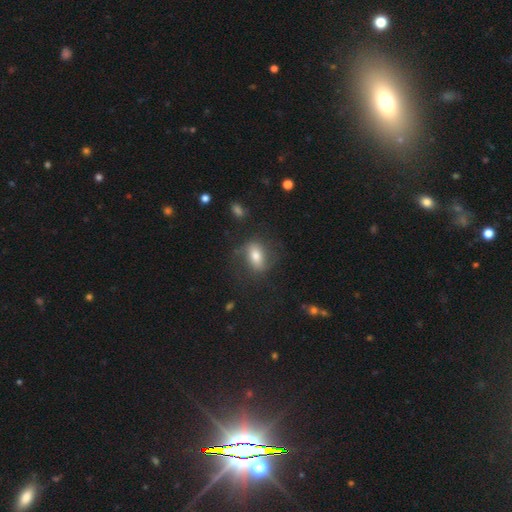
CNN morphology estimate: Smooth or featured: smooth — 58% (featured or disk — 32%)
How rounded: in between — 76% (round — 19%)
Merging: none — 64% (minor disturbance — 20%)